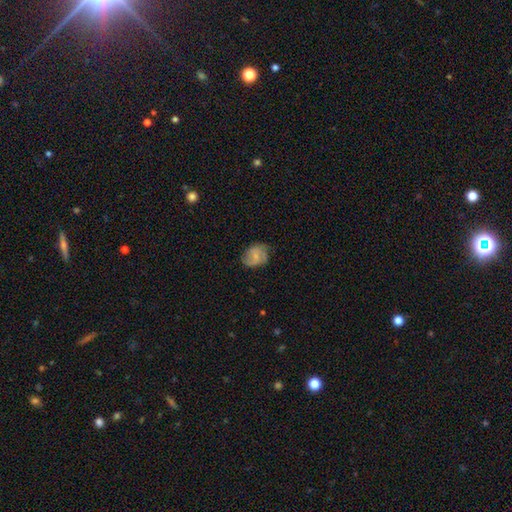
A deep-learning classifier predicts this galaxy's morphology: Smooth or featured? smooth (58%)
How rounded? in between (53%)
Merging? none (62%)